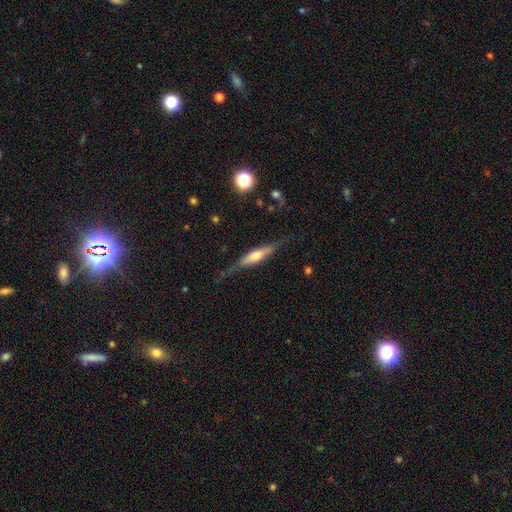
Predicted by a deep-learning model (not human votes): Smooth or featured? Predicted: featured or disk (p=0.63). Edge-on disk? Predicted: yes (p=0.91). Edge-on bulge? Predicted: rounded (p=0.81). Merging? Predicted: none (p=0.73).